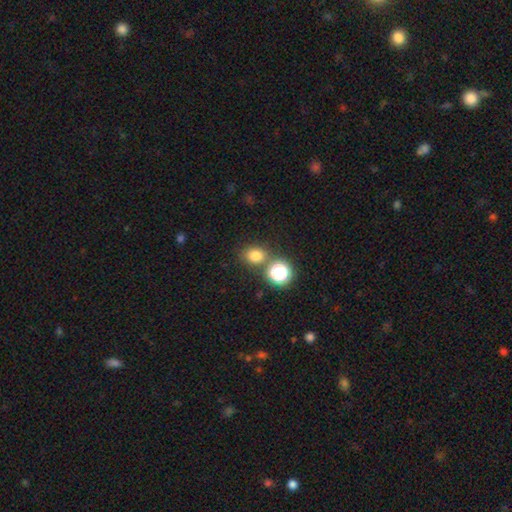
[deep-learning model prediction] This is likely a smooth galaxy (74%). How rounded: likely round (65%). Merging: likely none (74%).